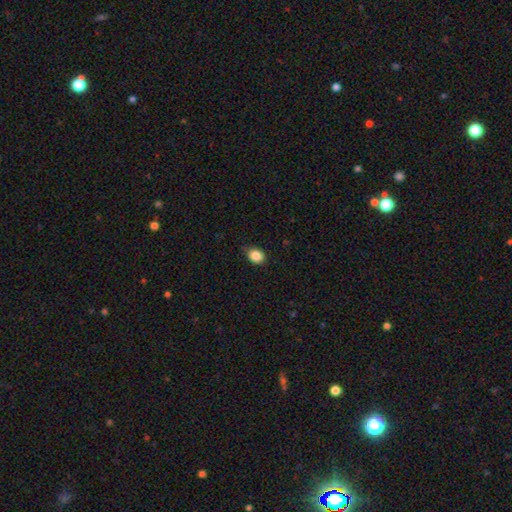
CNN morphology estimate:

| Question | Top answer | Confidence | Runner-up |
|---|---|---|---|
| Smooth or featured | smooth | 86% | star or artifact (10%) |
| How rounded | in between | 53% | round (46%) |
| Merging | none | 79% | minor disturbance (17%) |